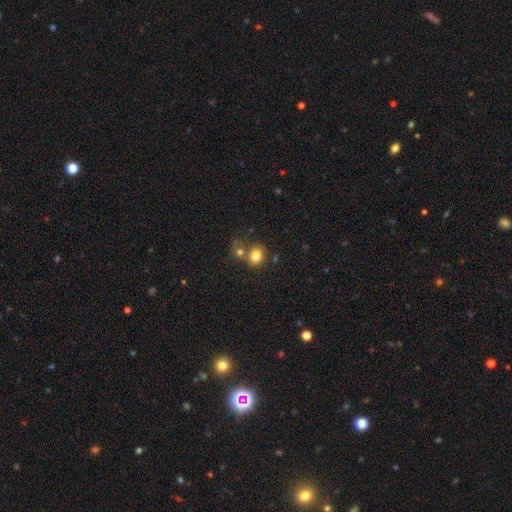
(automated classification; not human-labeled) smooth-or-featured: smooth: 80% | star or artifact: 11% | featured or disk: 9%
  how-rounded: round: 70% | in between: 29% | cigar-shaped: 1%
  merging: none: 51% | merger: 34% | minor disturbance: 10% | major disturbance: 5%